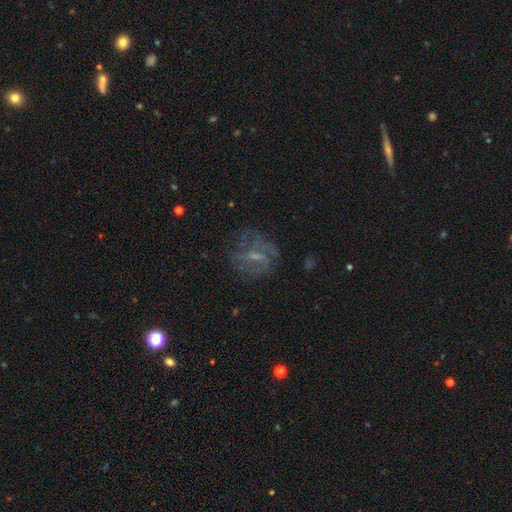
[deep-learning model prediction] Morphology: type=featured or disk (65%); edge-on=no (95%); bar=weak (50%); spiral arms=yes (67%); bulge=small (49%); merging=none (64%).